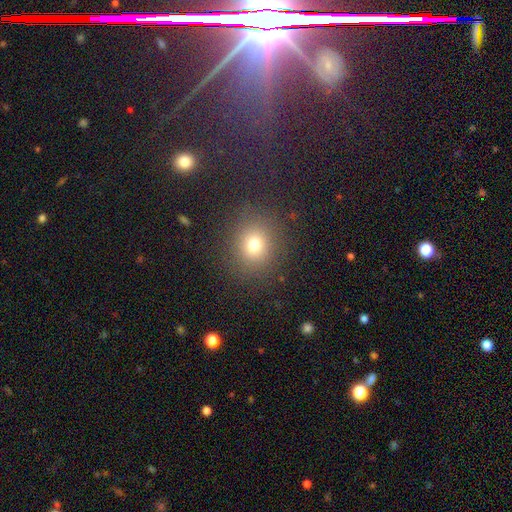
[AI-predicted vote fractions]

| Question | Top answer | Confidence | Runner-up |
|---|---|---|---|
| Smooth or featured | smooth | 68% | star or artifact (24%) |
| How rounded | round | 81% | in between (18%) |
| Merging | none | 90% | minor disturbance (6%) |